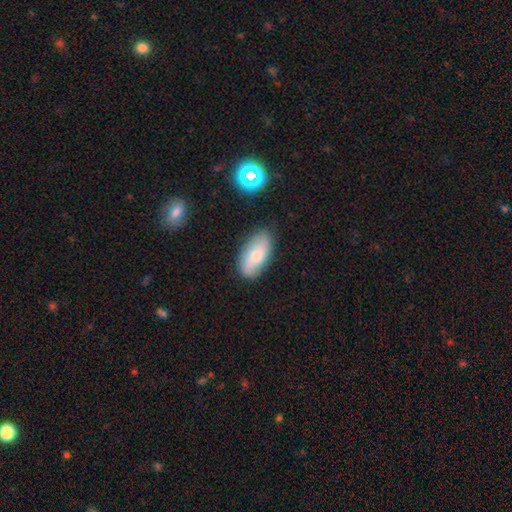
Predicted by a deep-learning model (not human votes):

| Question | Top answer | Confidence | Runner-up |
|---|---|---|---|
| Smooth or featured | smooth | 65% | featured or disk (27%) |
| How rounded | in between | 92% | cigar-shaped (5%) |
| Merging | none | 81% | minor disturbance (13%) |